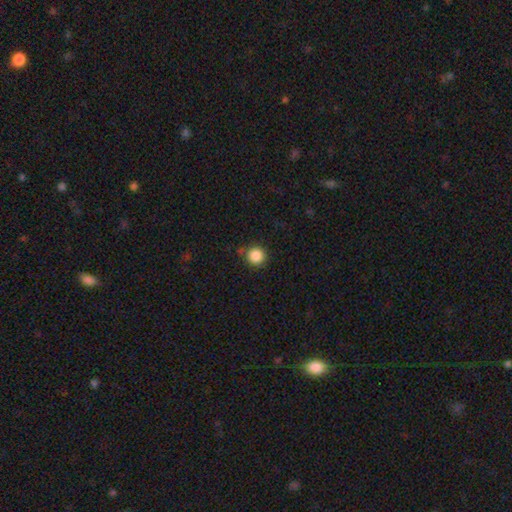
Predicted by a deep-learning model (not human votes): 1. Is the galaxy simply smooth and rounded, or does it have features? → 87% smooth, 10% star or artifact, 3% featured or disk.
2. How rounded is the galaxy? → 95% round, 4% in between, 1% cigar-shaped.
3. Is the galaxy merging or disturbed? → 84% none, 10% minor disturbance, 3% merger, 3% major disturbance.